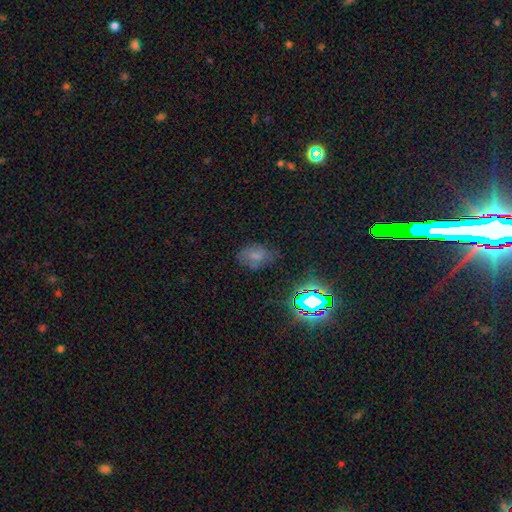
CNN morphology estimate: Q: Smooth or featured?
A: smooth (61%); runner-up: star or artifact (25%)
Q: How rounded?
A: in between (82%); runner-up: round (16%)
Q: Merging?
A: none (64%); runner-up: minor disturbance (24%)